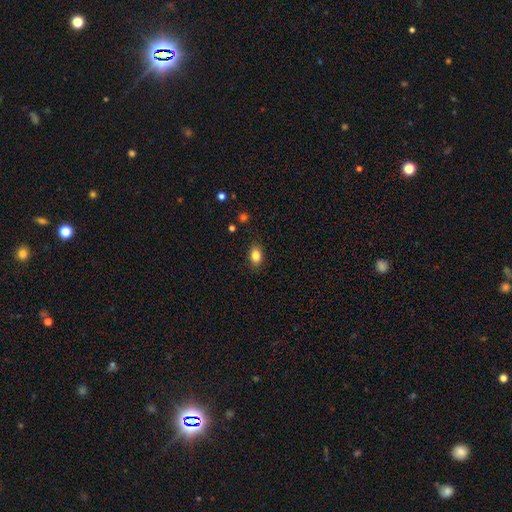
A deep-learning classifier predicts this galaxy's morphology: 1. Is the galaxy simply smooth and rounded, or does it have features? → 84% smooth, 9% star or artifact, 7% featured or disk.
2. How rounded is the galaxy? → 82% in between, 16% round, 2% cigar-shaped.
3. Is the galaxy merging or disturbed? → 86% none, 10% minor disturbance, 2% major disturbance, 1% merger.